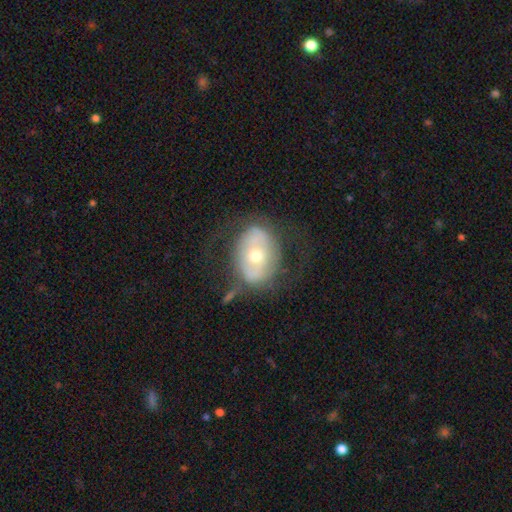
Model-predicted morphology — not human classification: smooth_or_featured: featured or disk (p=0.54) [alt: smooth p=0.38]
disk_edge_on: no (p=0.92) [alt: yes p=0.08]
bar: no (p=0.60) [alt: weak p=0.21]
has_spiral_arms: no (p=0.70) [alt: yes p=0.30]
bulge_size: moderate (p=0.51) [alt: small p=0.43]
merging: none (p=0.62) [alt: minor disturbance p=0.18]